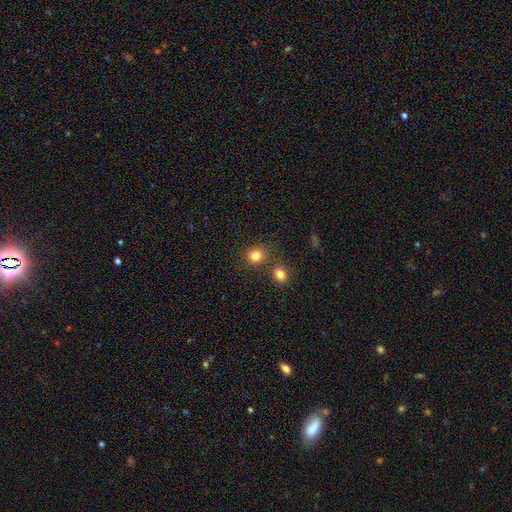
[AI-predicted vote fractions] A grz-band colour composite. It shows a smooth galaxy with no disk features (82%) that is round (85%). Merging: none (74%).